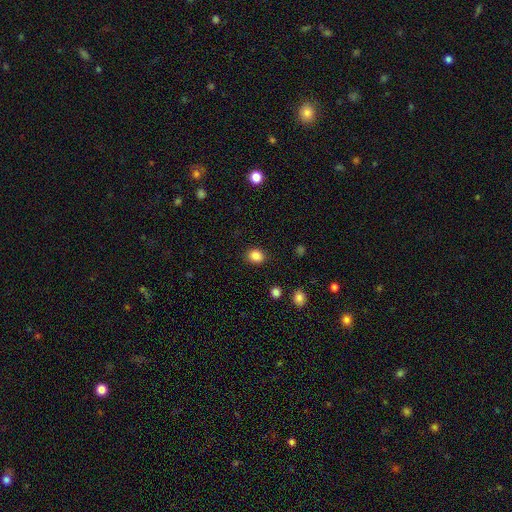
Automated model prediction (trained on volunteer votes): Smooth or featured? Predicted: smooth (p=0.86). How rounded? Predicted: round (p=0.64). Merging? Predicted: none (p=0.88).